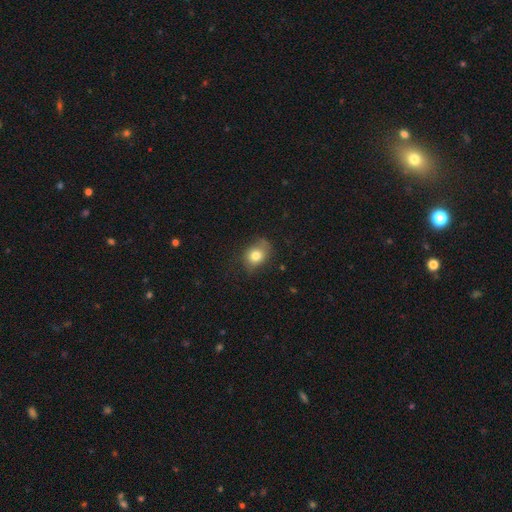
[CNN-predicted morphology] Overall: smooth (77%). How rounded: in between (55%; round 43%). Merging: none (62%; minor disturbance 28%).